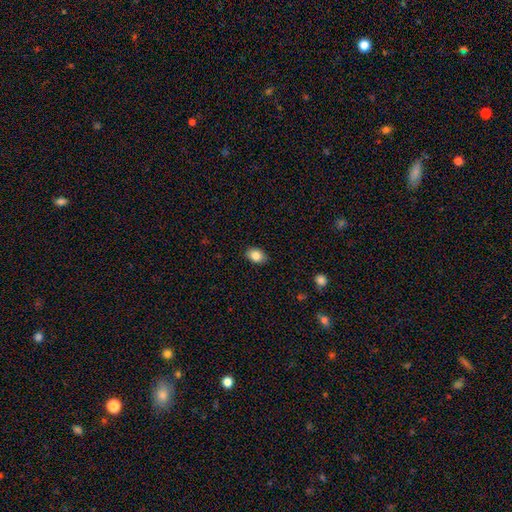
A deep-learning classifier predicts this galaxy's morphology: Smooth or featured?
  - smooth: 85% *
  - star or artifact: 8%
  - featured or disk: 7%
How rounded?
  - in between: 80% *
  - round: 19%
  - cigar-shaped: 1%
Merging?
  - none: 87% *
  - minor disturbance: 10%
  - major disturbance: 2%
  - merger: 1%